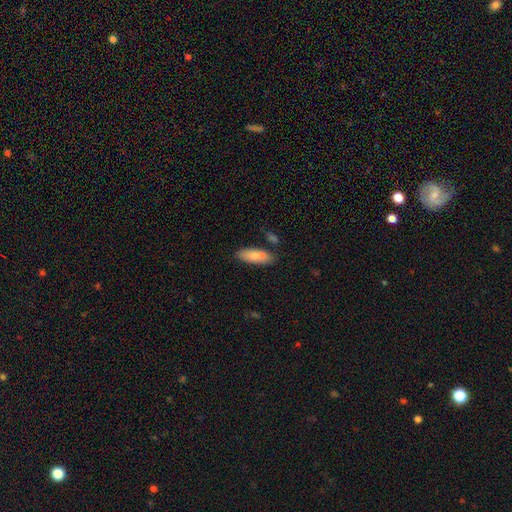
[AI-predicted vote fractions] Overall: smooth (79%). How rounded: in between (62%; cigar-shaped 36%). Merging: none (68%).